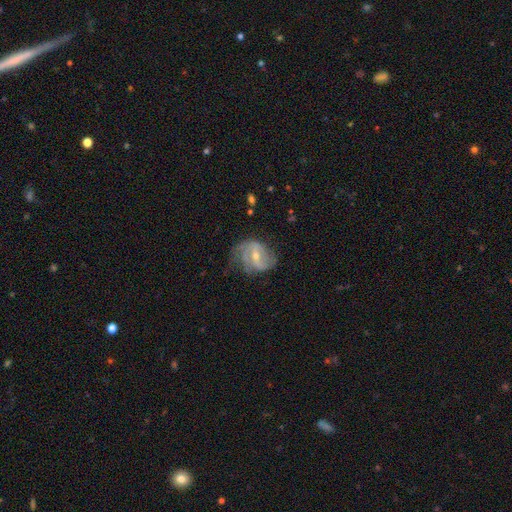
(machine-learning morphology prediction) This is likely a featured or disk galaxy (72%). It is clearly not viewed edge-on (97%). Bar: possibly weak (49%). Spiral arm pattern: clearly yes (83%). Spiral arm count: likely 2 (65%). Spiral winding: marginally medium (43%). Central bulge: possibly moderate (49%). Merging: possibly none (52%).